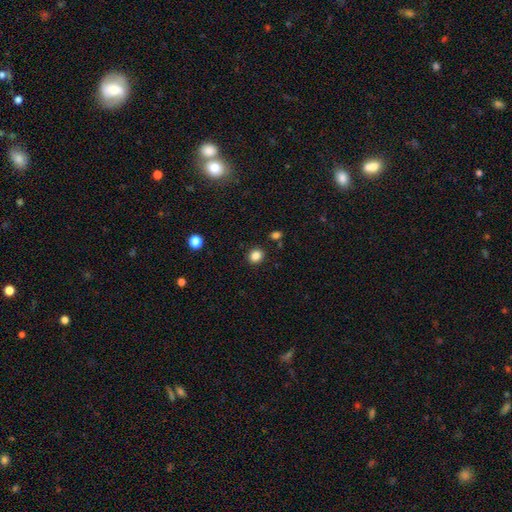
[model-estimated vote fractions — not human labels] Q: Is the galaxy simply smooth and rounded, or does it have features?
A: smooth — 85%.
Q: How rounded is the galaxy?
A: round — 77%.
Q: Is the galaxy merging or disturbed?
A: none — 89%.